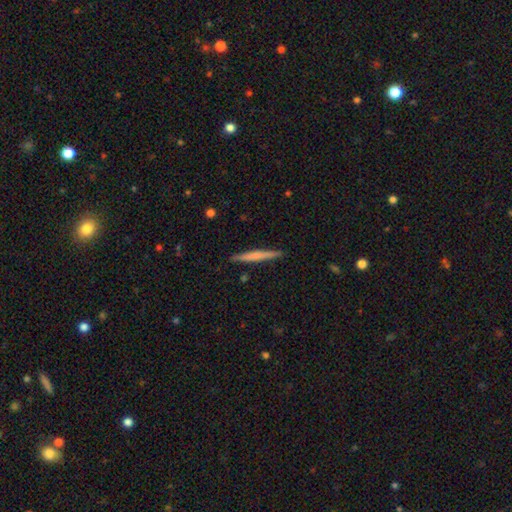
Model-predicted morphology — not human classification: Q: Smooth or featured?
A: smooth (52%); runner-up: featured or disk (42%)
Q: How rounded?
A: cigar-shaped (96%); runner-up: in between (2%)
Q: Merging?
A: none (90%); runner-up: minor disturbance (7%)